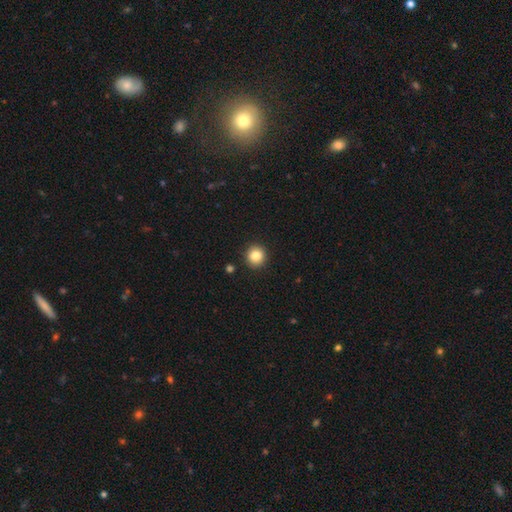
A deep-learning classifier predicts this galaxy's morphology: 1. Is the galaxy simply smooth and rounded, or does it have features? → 85% smooth, 10% star or artifact, 6% featured or disk.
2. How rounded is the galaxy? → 92% round, 7% in between, 1% cigar-shaped.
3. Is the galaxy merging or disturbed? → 91% none, 5% minor disturbance, 2% major disturbance, 1% merger.